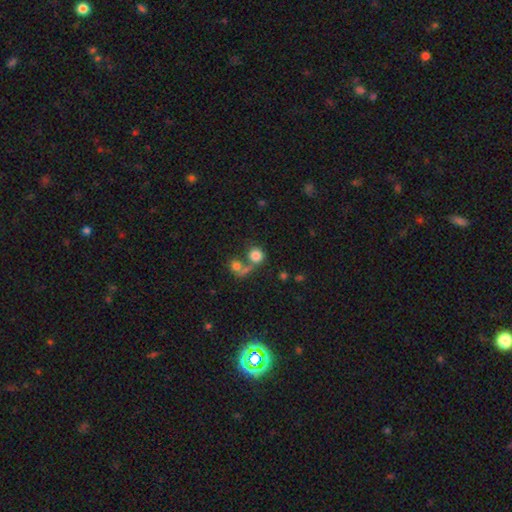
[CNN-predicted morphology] smooth-or-featured: smooth: 80% | star or artifact: 11% | featured or disk: 10%
  how-rounded: round: 85% | in between: 14% | cigar-shaped: 1%
  merging: none: 43% | merger: 39% | minor disturbance: 9% | major disturbance: 9%